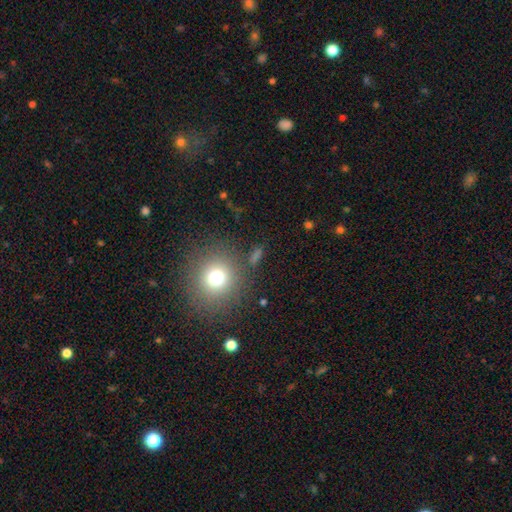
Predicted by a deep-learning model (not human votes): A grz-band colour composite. It shows a smooth galaxy with no disk features (64%) that is round (78%). Merging: none (83%).